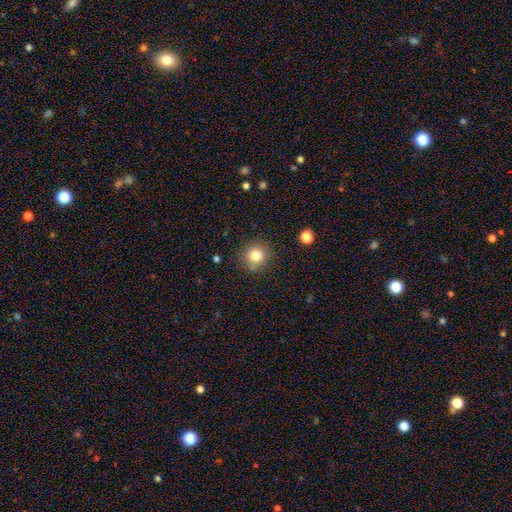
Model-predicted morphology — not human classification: type=smooth (81%); roundness=round (92%); merging=none (87%).